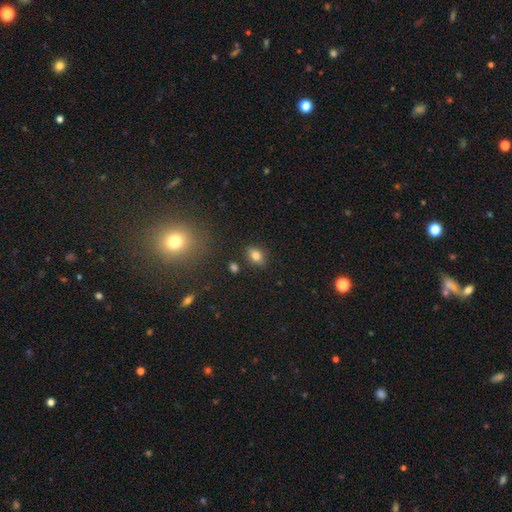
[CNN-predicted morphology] Smooth or featured? Predicted: smooth (p=0.79). How rounded? Predicted: in between (p=0.78). Merging? Predicted: none (p=0.82).